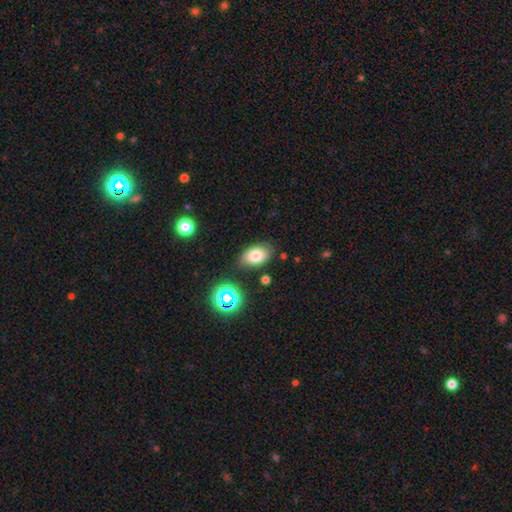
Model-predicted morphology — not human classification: A smooth galaxy with no disk features (77%) that is in between round and cigar-shaped (88%).

Vote fractions:
- Smooth or featured? smooth: 77% / star or artifact: 12% / featured or disk: 11%
- How rounded? in between: 88% / round: 10% / cigar-shaped: 2%
- Merging? none: 79% / minor disturbance: 15% / merger: 3% / major disturbance: 3%